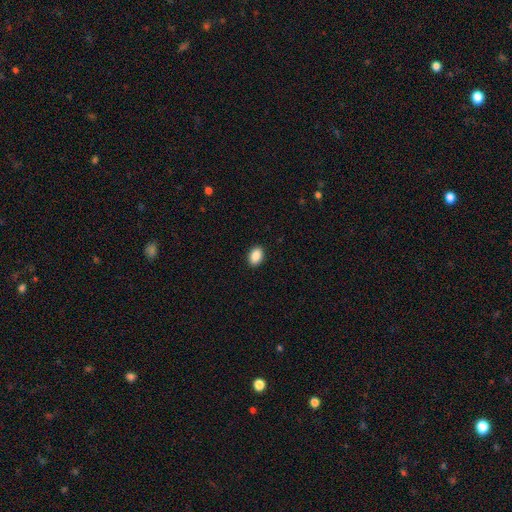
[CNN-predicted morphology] smooth-or-featured: smooth: 89% | star or artifact: 8% | featured or disk: 3%
  how-rounded: in between: 86% | round: 13% | cigar-shaped: 1%
  merging: none: 90% | minor disturbance: 7% | major disturbance: 2% | merger: 1%